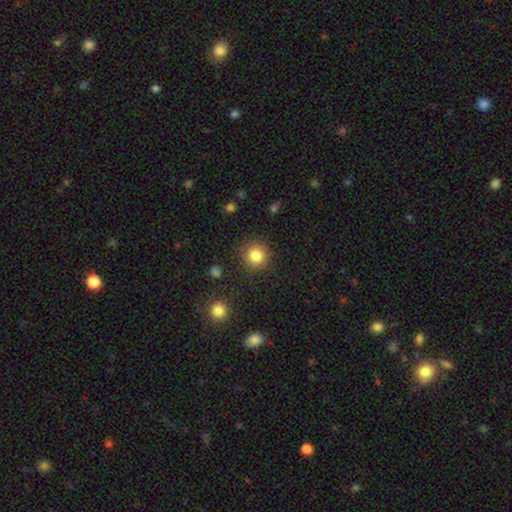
Overall: smooth (87%). How rounded: round (97%). Merging: none (89%).